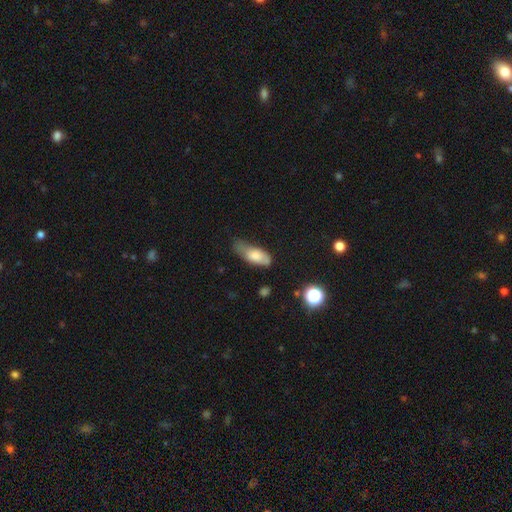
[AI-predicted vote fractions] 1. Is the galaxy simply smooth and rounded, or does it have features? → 72% smooth, 20% featured or disk, 8% star or artifact.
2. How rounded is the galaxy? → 79% in between, 18% cigar-shaped, 3% round.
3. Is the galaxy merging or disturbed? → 43% minor disturbance, 30% none, 23% major disturbance, 4% merger.